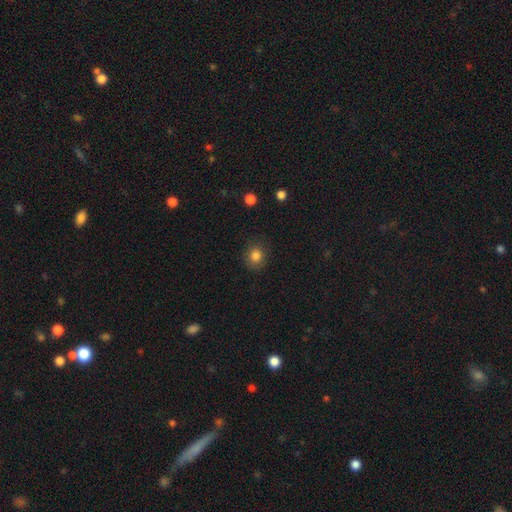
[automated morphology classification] This appears to be a smooth galaxy with no disk features (83%) that is round (79%). Merging: none (85%).